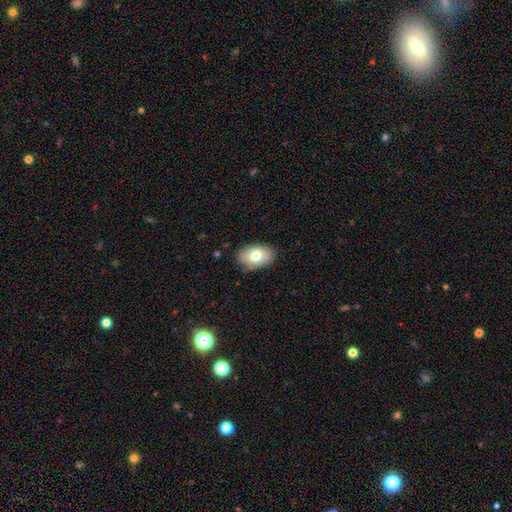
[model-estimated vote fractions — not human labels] Smooth or featured? Predicted: smooth (p=0.78). How rounded? Predicted: in between (p=0.90). Merging? Predicted: none (p=0.84).